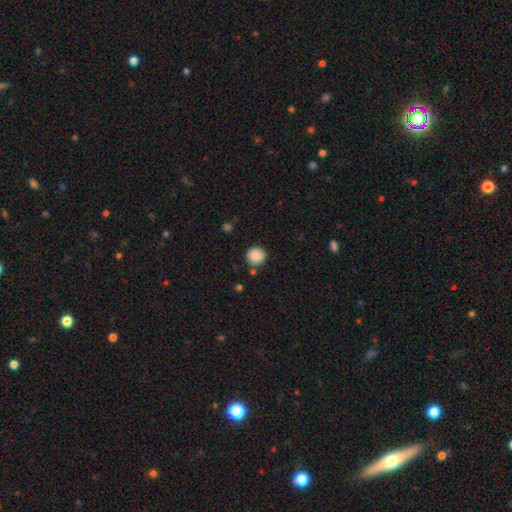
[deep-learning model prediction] A smooth galaxy with no disk features (88%) that is round (93%).

Vote fractions:
- Smooth or featured? smooth: 88% / star or artifact: 8% / featured or disk: 4%
- How rounded? round: 93% / in between: 6% / cigar-shaped: 1%
- Merging? none: 84% / minor disturbance: 9% / merger: 4% / major disturbance: 3%